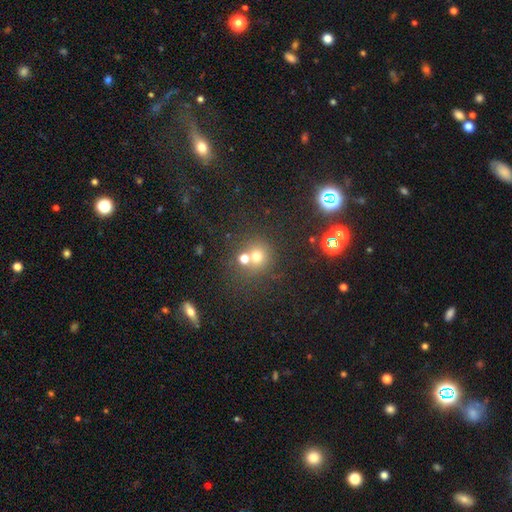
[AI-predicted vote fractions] The model was most divided on "merging": none: 57%, merger: 30%, minor disturbance: 8%, major disturbance: 4%. More confident: how rounded — round (86%); smooth or featured — smooth (63%).